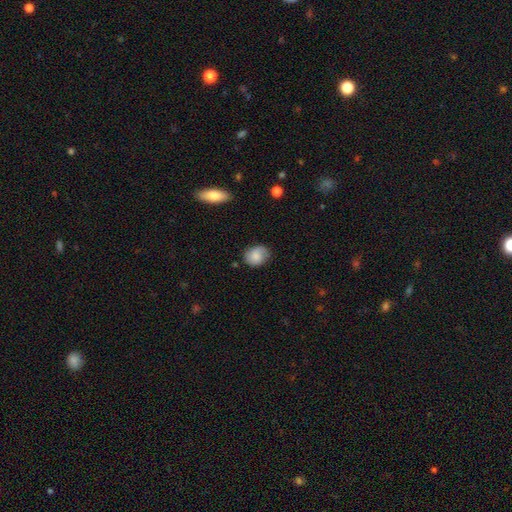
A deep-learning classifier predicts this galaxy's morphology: Smooth or featured: smooth — 73% (featured or disk — 19%)
How rounded: round — 55% (in between — 44%)
Merging: none — 71% (minor disturbance — 22%)